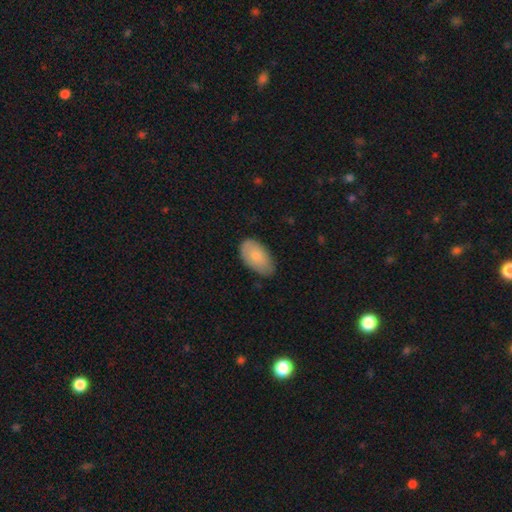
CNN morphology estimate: A smooth galaxy with no disk features (76%) that is in between round and cigar-shaped (94%).

Vote fractions:
- Smooth or featured? smooth: 76% / featured or disk: 18% / star or artifact: 6%
- How rounded? in between: 94% / round: 4% / cigar-shaped: 2%
- Merging? none: 70% / minor disturbance: 25% / major disturbance: 4% / merger: 1%